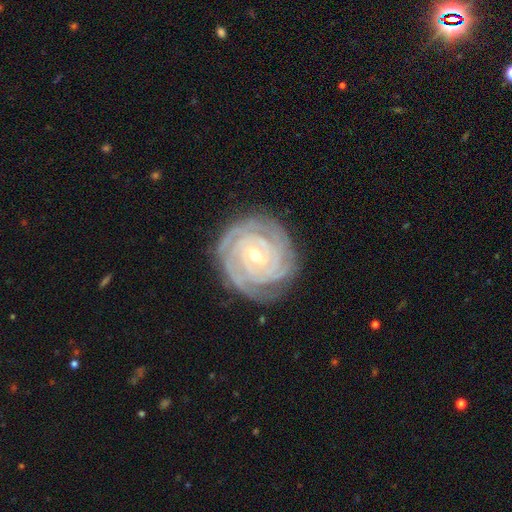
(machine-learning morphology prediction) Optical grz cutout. It shows a featured or disk galaxy (91%) with no bar (41%), 3 (25%) tight (89%) spiral arms (98%) and a small central bulge (56%). Merging: none (82%).